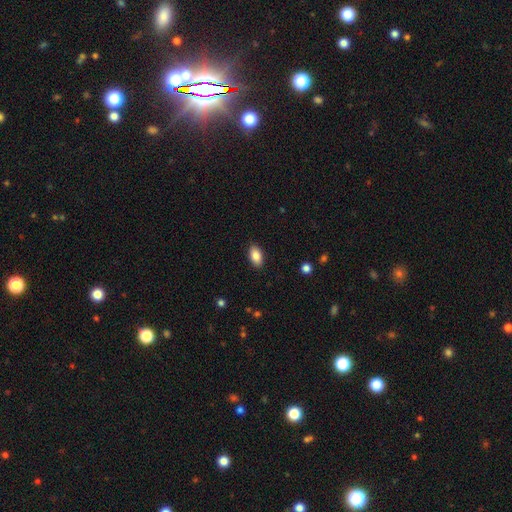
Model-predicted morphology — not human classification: A smooth galaxy with no disk features (87%) that is in between round and cigar-shaped (93%).

Vote fractions:
- Smooth or featured? smooth: 87% / star or artifact: 7% / featured or disk: 5%
- How rounded? in between: 93% / round: 4% / cigar-shaped: 3%
- Merging? none: 89% / minor disturbance: 8% / major disturbance: 2% / merger: 1%